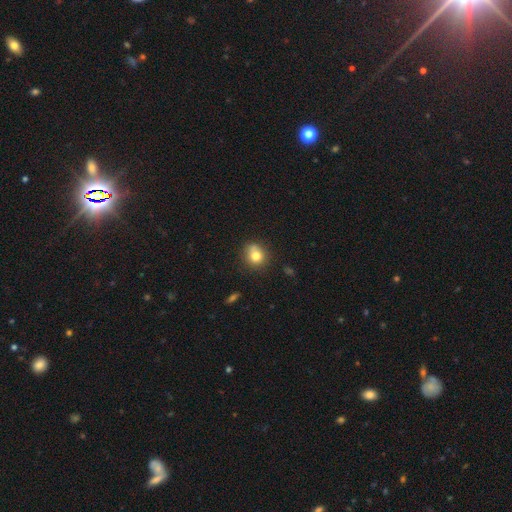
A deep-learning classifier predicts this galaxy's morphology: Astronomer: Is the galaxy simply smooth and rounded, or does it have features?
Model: smooth — 77%.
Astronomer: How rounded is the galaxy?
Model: round — 77%.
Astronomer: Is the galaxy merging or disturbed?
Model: none — 65%.